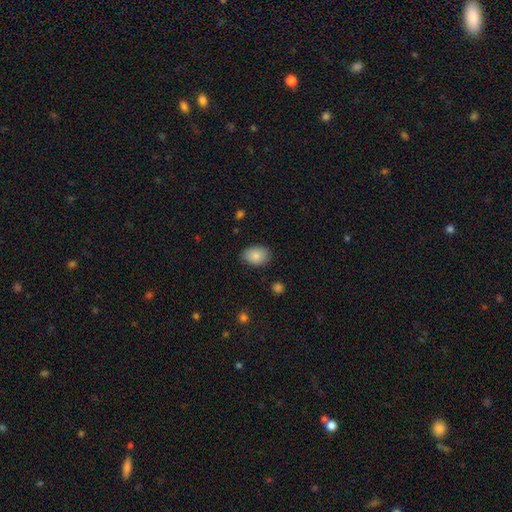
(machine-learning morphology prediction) Smooth or featured: smooth — 85% (featured or disk — 8%)
How rounded: in between — 78% (round — 21%)
Merging: none — 83% (minor disturbance — 13%)